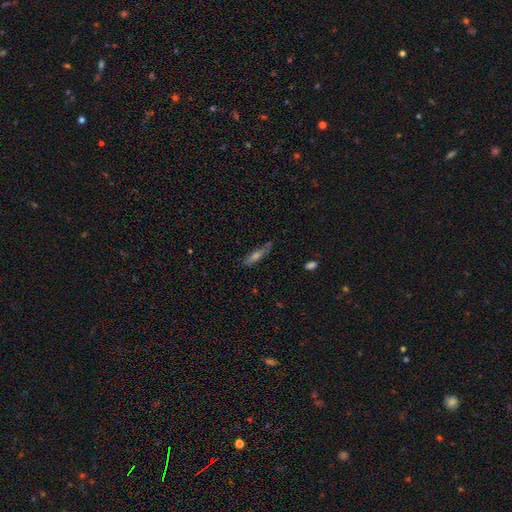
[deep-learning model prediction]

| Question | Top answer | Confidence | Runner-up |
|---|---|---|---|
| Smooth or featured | smooth | 44% | tied: featured or disk (44%) |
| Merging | none | 78% | minor disturbance (16%) |